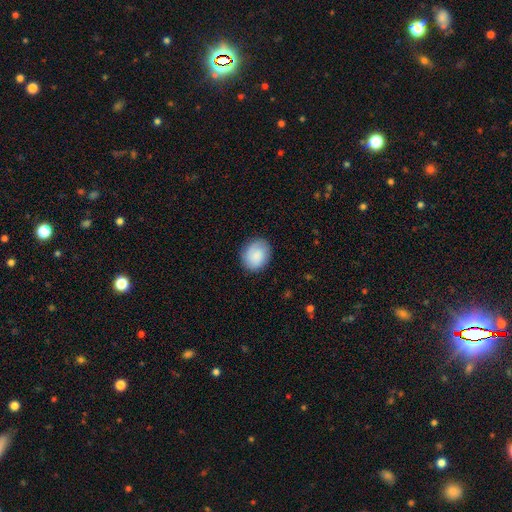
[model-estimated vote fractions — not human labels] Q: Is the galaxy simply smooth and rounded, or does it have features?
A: smooth — 82%.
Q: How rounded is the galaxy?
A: round — 54%.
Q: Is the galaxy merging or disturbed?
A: none — 84%.